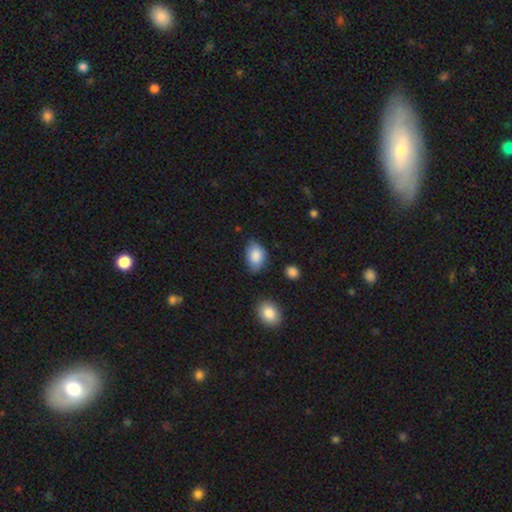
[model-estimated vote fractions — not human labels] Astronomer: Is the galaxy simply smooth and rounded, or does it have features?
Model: smooth — 86%.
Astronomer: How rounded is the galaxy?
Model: in between — 85%.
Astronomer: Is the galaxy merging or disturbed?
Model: none — 65%.